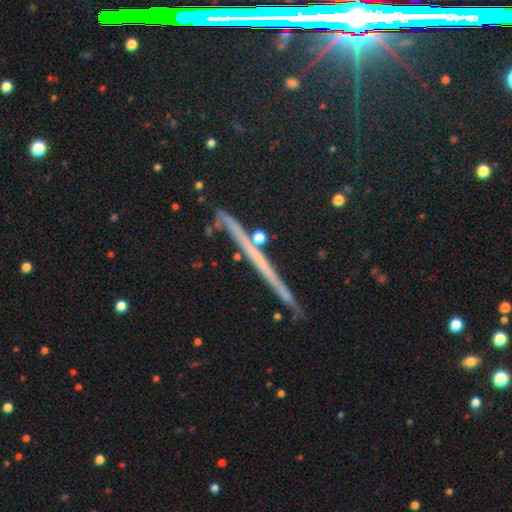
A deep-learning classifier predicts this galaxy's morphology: The model was most divided on "smooth or featured": featured or disk: 58%, smooth: 21%, star or artifact: 21%. More confident: edge-on disk — yes (95%); merging — none (84%); edge-on bulge — none (76%).